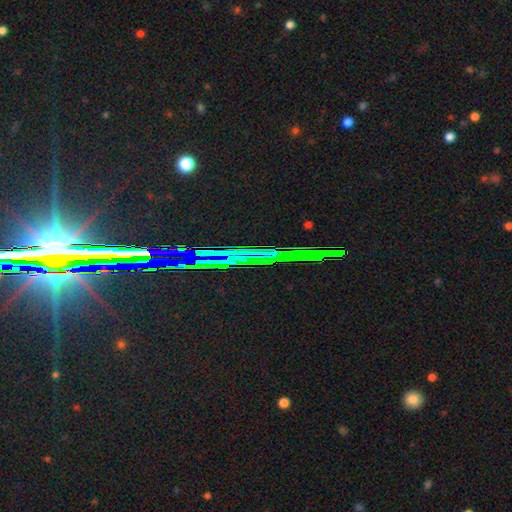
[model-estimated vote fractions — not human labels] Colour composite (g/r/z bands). It shows a star or artifact, not a galaxy (81%).